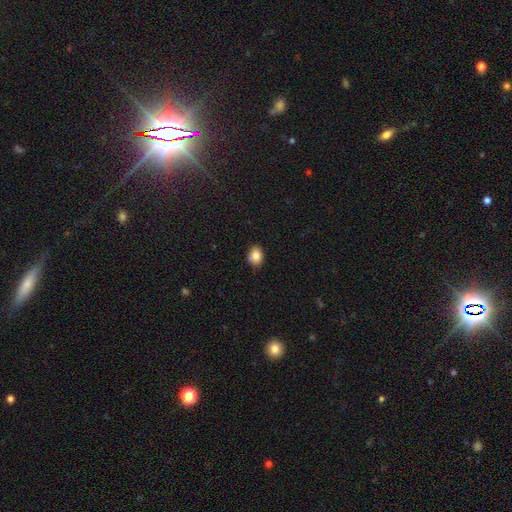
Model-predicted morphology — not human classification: Smooth or featured? smooth (83%)
How rounded? in between (58%)
Merging? none (82%)